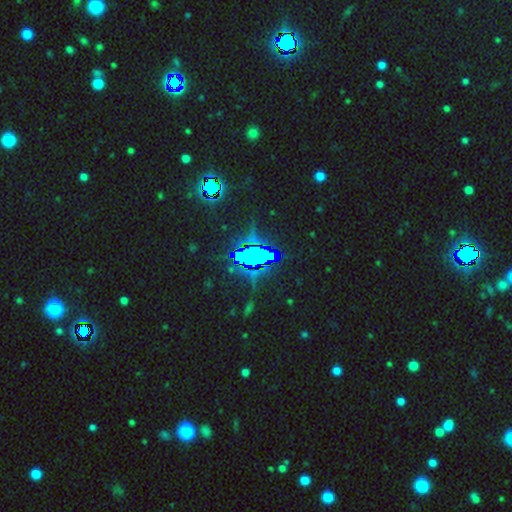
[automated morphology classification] Smooth or featured? star or artifact (76%)